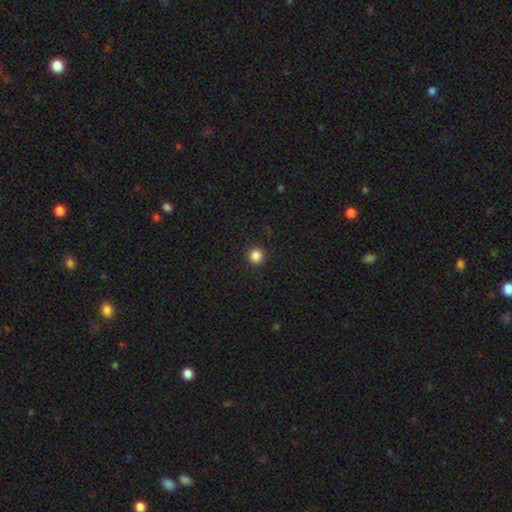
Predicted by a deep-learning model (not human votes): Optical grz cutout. It shows a smooth galaxy with no disk features (85%) that is round (95%). Merging: none (92%).